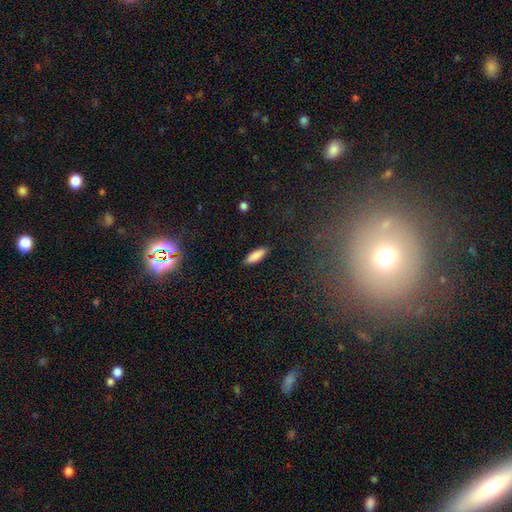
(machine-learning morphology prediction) smooth-or-featured: smooth: 88% | star or artifact: 7% | featured or disk: 6%
  how-rounded: in between: 63% | cigar-shaped: 36% | round: 2%
  merging: none: 87% | minor disturbance: 10% | major disturbance: 2% | merger: 1%